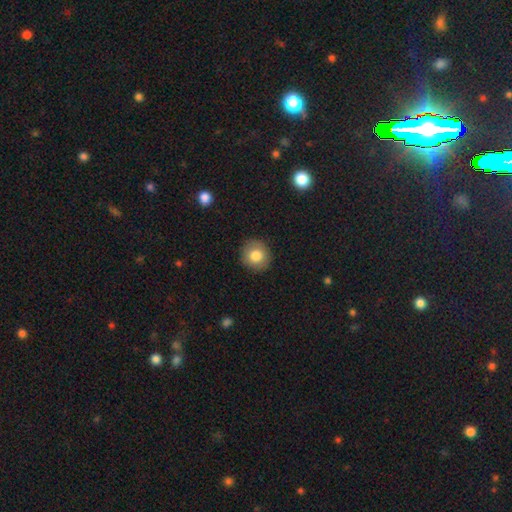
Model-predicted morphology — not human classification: type=smooth (82%); roundness=round (91%); merging=none (89%).